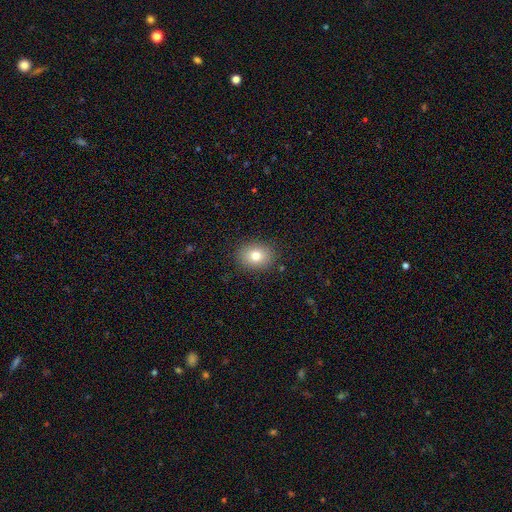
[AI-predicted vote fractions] A smooth galaxy with no disk features (79%) that is in between round and cigar-shaped (51%). Merging: none (88%).